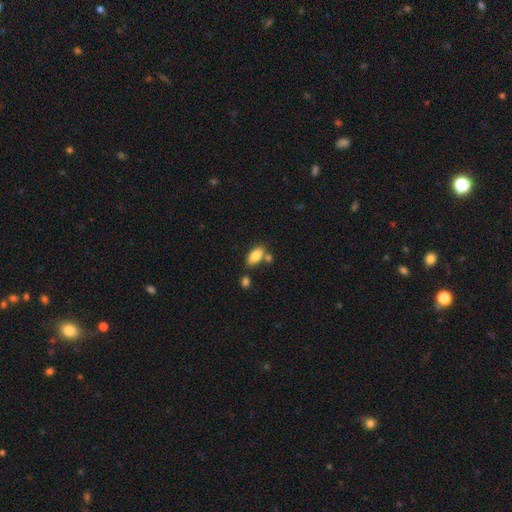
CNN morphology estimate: type=smooth (84%); roundness=in between (91%); merging=none (68%).